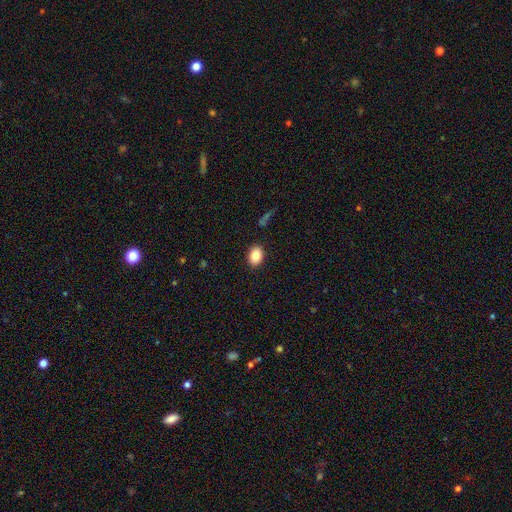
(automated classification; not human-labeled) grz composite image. It shows a smooth galaxy with no disk features (84%) that is in between round and cigar-shaped (75%). Merging: none (89%).